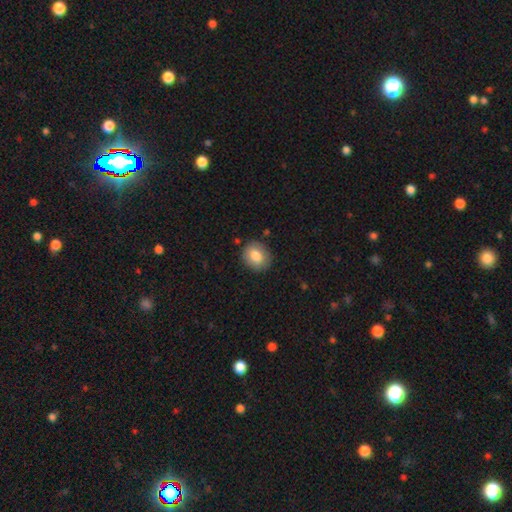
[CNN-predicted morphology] The model was most divided on "how rounded": round: 67%, in between: 32%, cigar-shaped: 1%. More confident: merging — none (85%); smooth or featured — smooth (80%).